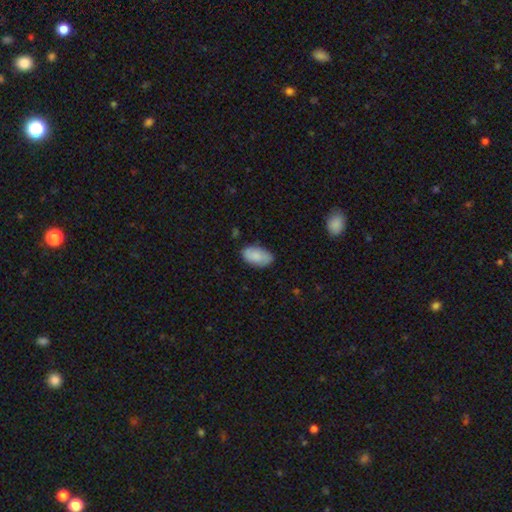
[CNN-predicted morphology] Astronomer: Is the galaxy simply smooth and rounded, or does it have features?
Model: smooth — 84%.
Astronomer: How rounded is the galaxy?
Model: in between — 95%.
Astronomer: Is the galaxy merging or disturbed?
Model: none — 78%.